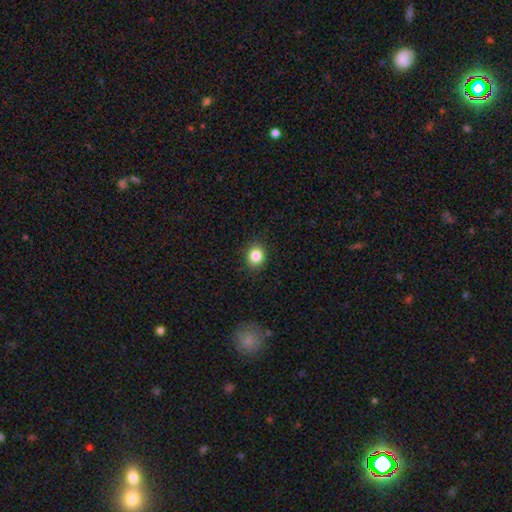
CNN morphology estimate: smooth 83%, star or artifact 10%, featured or disk 6%. Down the decision tree: how rounded — round (74%); merging — none (90%).